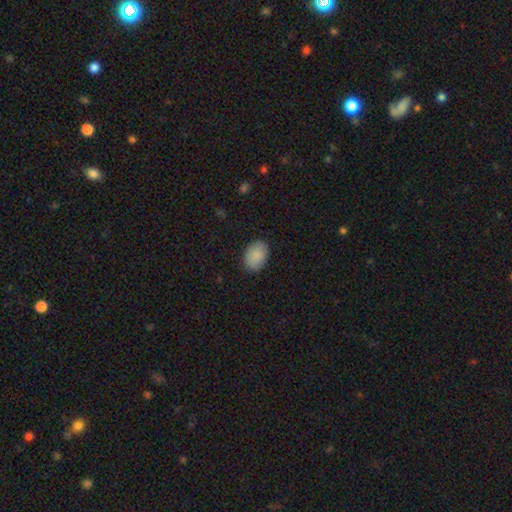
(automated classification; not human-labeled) Smooth or featured: smooth — 89% (star or artifact — 7%)
How rounded: in between — 83% (round — 16%)
Merging: none — 87% (minor disturbance — 10%)